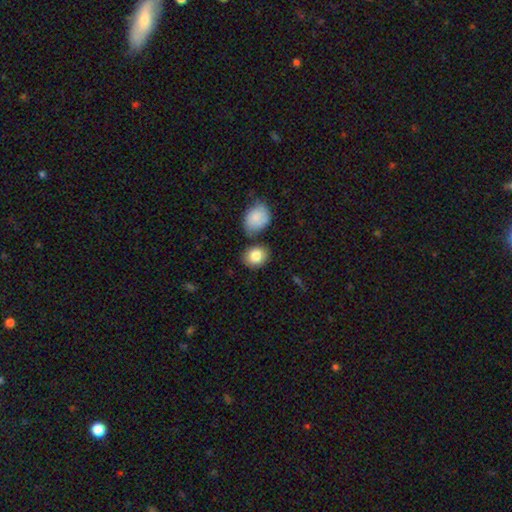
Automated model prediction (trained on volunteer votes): A smooth galaxy with no disk features (85%) that is round (50%). Merging: none (69%).